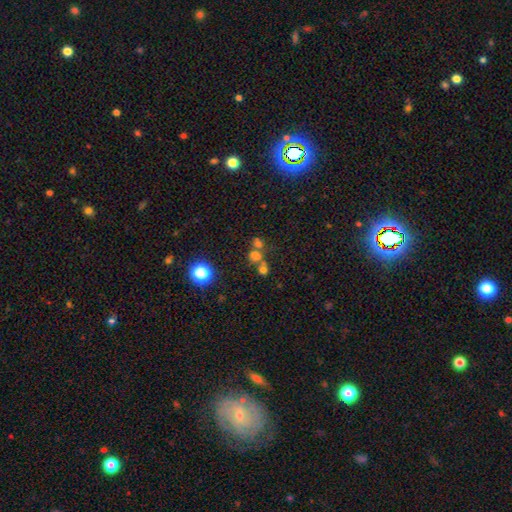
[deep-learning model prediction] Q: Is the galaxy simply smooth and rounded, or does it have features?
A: smooth — 60%.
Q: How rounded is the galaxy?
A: round — 74%.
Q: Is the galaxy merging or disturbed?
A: merger — 46%.